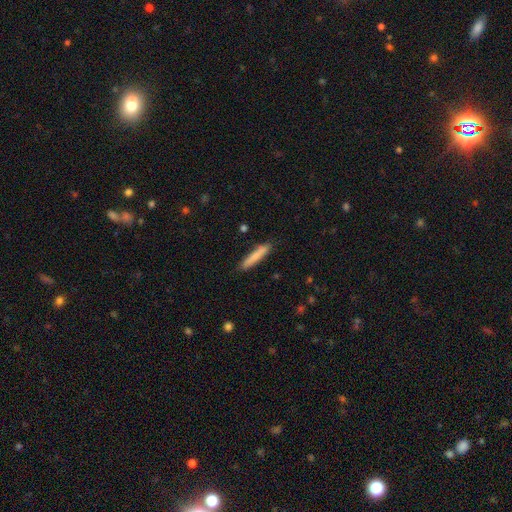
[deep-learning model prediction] Smooth or featured? Predicted: smooth (p=0.78). How rounded? Predicted: cigar-shaped (p=0.92). Merging? Predicted: none (p=0.86).